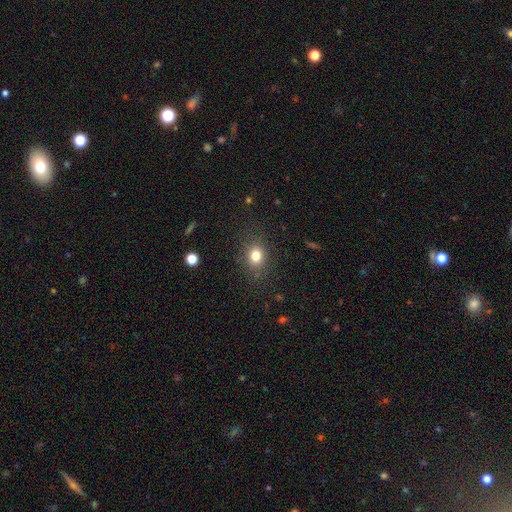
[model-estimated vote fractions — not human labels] smooth-or-featured: smooth: 80% | star or artifact: 12% | featured or disk: 7%
  how-rounded: round: 64% | in between: 35% | cigar-shaped: 1%
  merging: none: 83% | minor disturbance: 11% | major disturbance: 5% | merger: 1%